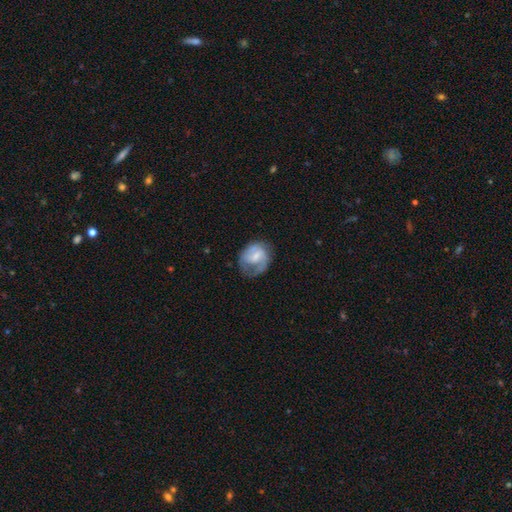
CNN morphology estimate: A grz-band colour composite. It shows a featured or disk galaxy (56%) with a weak bar (49%), spiral arms (72%) and a small central bulge (44%). Merging: none (46%).